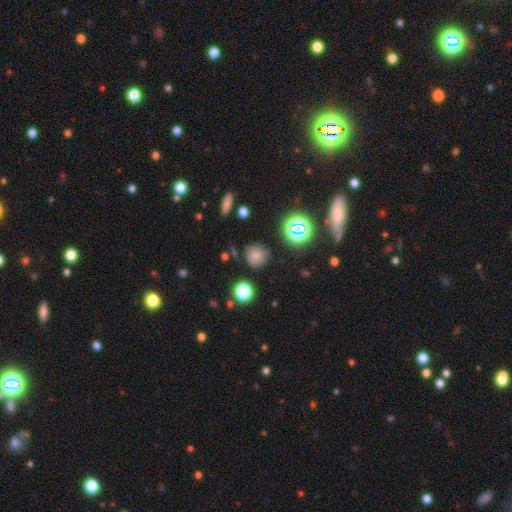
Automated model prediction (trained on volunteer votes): Smooth or featured?
  - smooth: 71% *
  - star or artifact: 20%
  - featured or disk: 9%
How rounded?
  - round: 90% *
  - in between: 9%
  - cigar-shaped: 1%
Merging?
  - none: 78% *
  - minor disturbance: 14%
  - major disturbance: 4%
  - merger: 3%